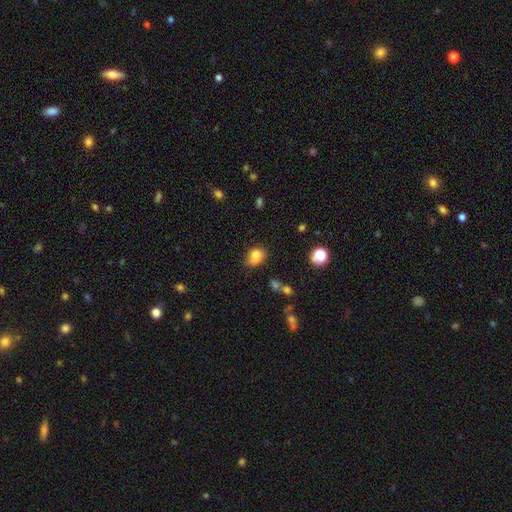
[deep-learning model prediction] Overall: smooth (76%). How rounded: in between (59%; round 40%). Merging: none (45%; minor disturbance 32%).